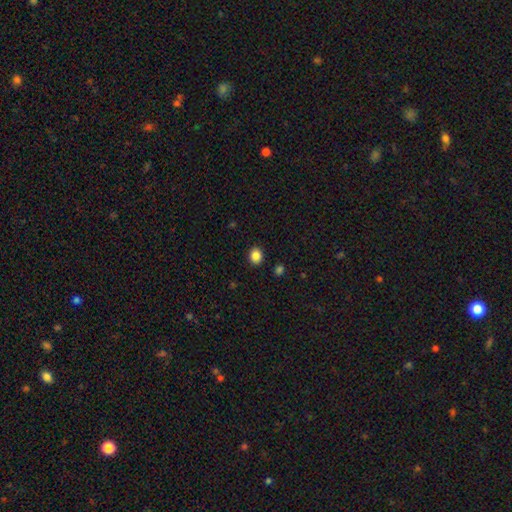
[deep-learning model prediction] A smooth galaxy with no disk features (86%) that is round (67%). Merging: none (90%).